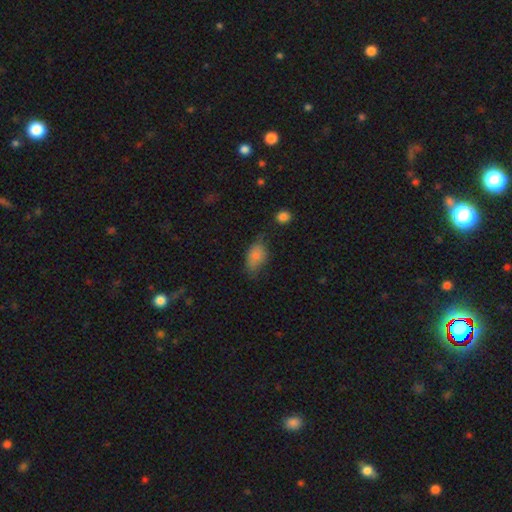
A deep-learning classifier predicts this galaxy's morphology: smooth 79%, featured or disk 11%, star or artifact 10%. Down the decision tree: how rounded — in between (89%); merging — none (55%).